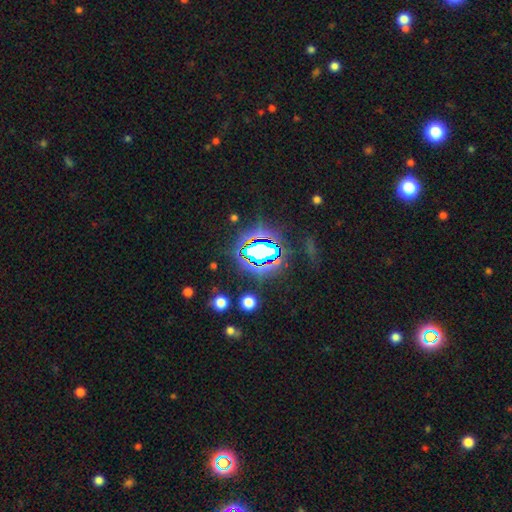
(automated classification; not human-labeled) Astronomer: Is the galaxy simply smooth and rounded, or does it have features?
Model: star or artifact — 78%.